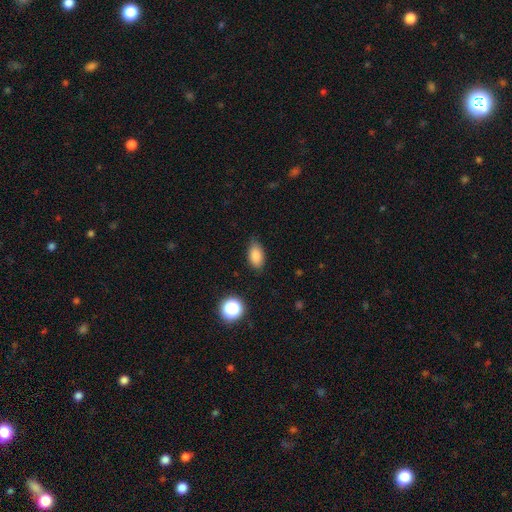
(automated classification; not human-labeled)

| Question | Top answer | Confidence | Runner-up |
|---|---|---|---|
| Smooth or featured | smooth | 85% | star or artifact (10%) |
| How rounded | in between | 90% | round (7%) |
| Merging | none | 81% | minor disturbance (15%) |